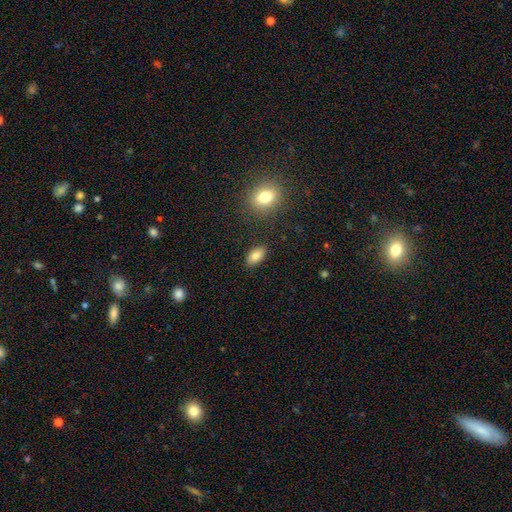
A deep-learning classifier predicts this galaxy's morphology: This appears to be a smooth galaxy with no disk features (83%) that is in between round and cigar-shaped (91%). Merging: none (86%).